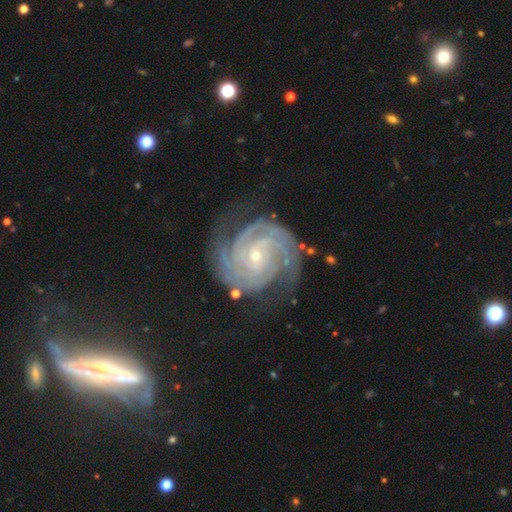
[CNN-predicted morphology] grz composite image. It shows a featured or disk galaxy (91%) with no bar (58%), 2 (33%) tight (74%) spiral arms (99%) and a small central bulge (79%). Merging: none (73%).